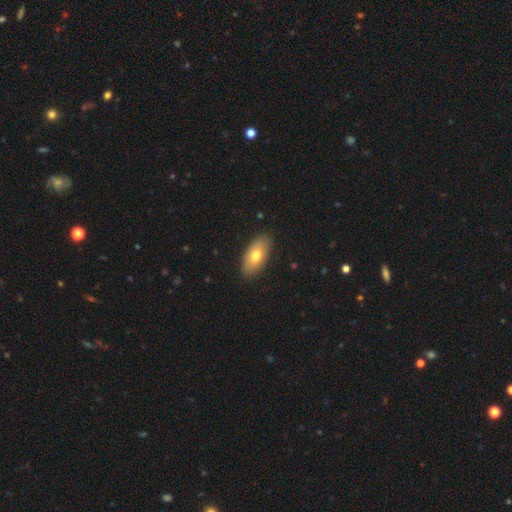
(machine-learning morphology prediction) Smooth or featured? smooth (72%)
How rounded? in between (91%)
Merging? none (86%)